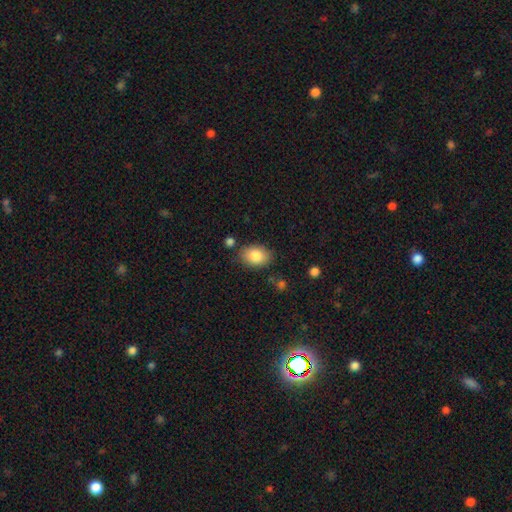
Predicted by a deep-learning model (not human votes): A smooth galaxy with no disk features (84%) that is in between round and cigar-shaped (78%). Merging: none (79%).